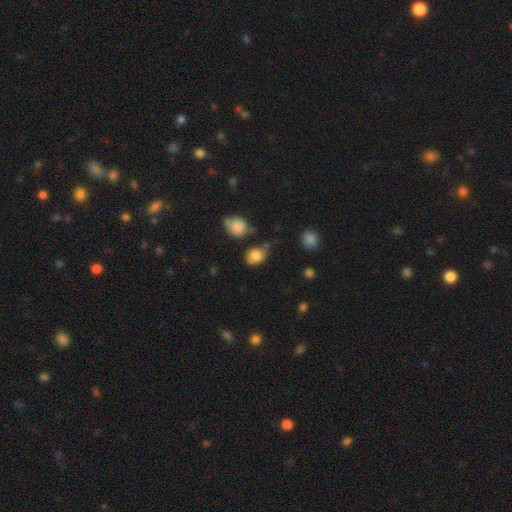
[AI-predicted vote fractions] smooth 81%, star or artifact 10%, featured or disk 9%. Down the decision tree: how rounded — round (51%); merging — none (61%).